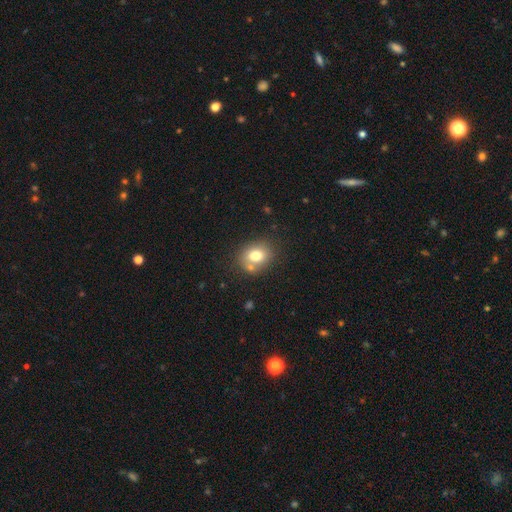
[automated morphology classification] This is likely a smooth galaxy (75%). How rounded: possibly round (50%). Merging: likely none (65%).